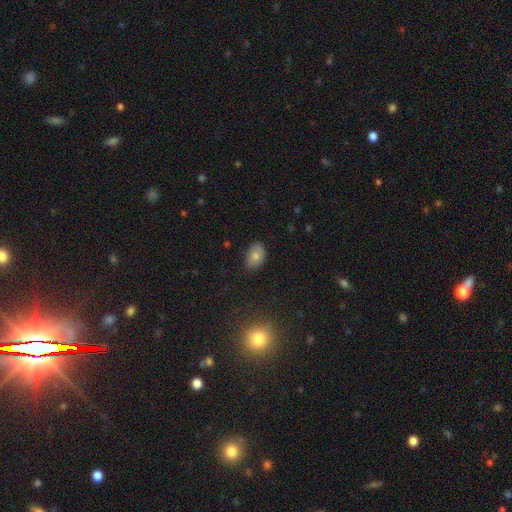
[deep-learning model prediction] The model was most divided on "smooth or featured": smooth: 77%, featured or disk: 13%, star or artifact: 10%. More confident: how rounded — in between (83%); merging — none (80%).